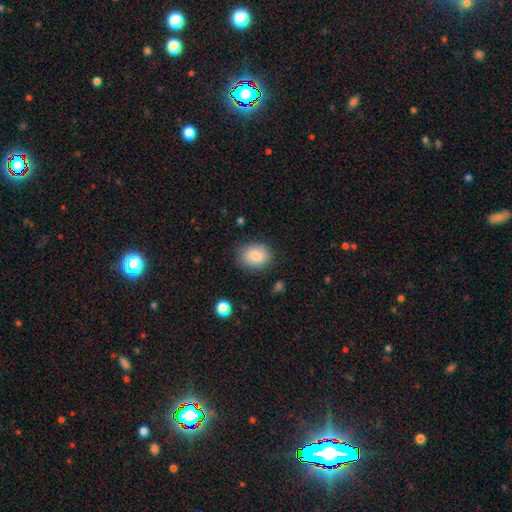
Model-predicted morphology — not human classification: Smooth or featured: smooth — 84% (featured or disk — 8%)
How rounded: in between — 51% (round — 48%)
Merging: none — 80% (minor disturbance — 15%)